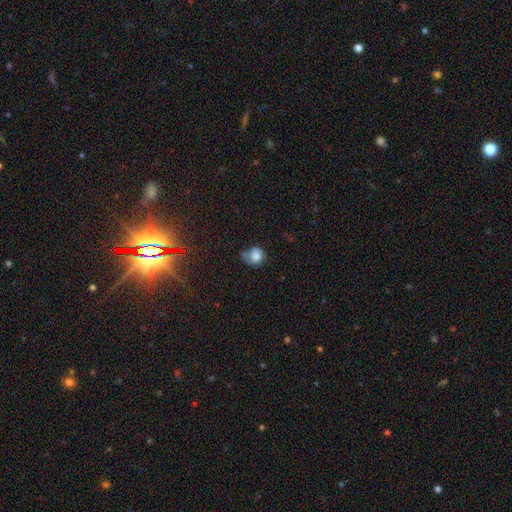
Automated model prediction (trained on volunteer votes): Morphology: type=smooth (77%); roundness=round (75%); merging=none (41%).